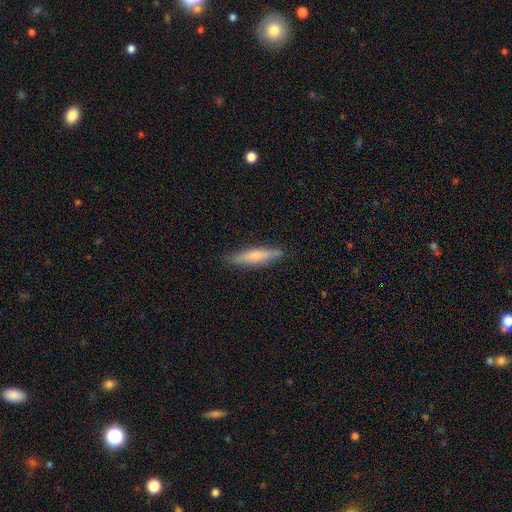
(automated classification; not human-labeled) Q: Smooth or featured?
A: smooth (61%); runner-up: featured or disk (33%)
Q: How rounded?
A: cigar-shaped (86%); runner-up: in between (13%)
Q: Merging?
A: none (86%); runner-up: minor disturbance (10%)